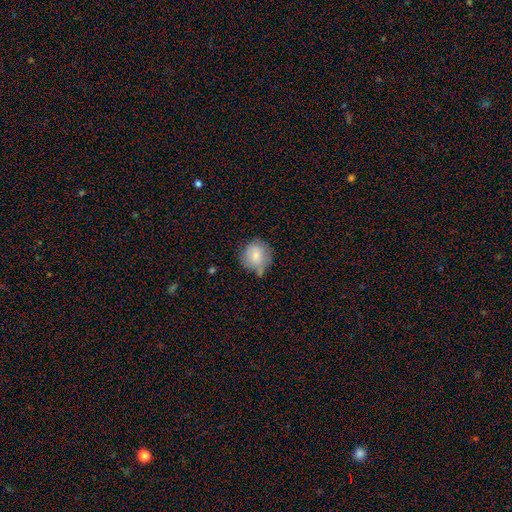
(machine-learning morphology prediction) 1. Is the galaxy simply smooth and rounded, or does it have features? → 76% smooth, 16% featured or disk, 8% star or artifact.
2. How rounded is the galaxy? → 86% round, 13% in between, 1% cigar-shaped.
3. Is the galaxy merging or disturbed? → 60% none, 26% minor disturbance, 8% merger, 6% major disturbance.